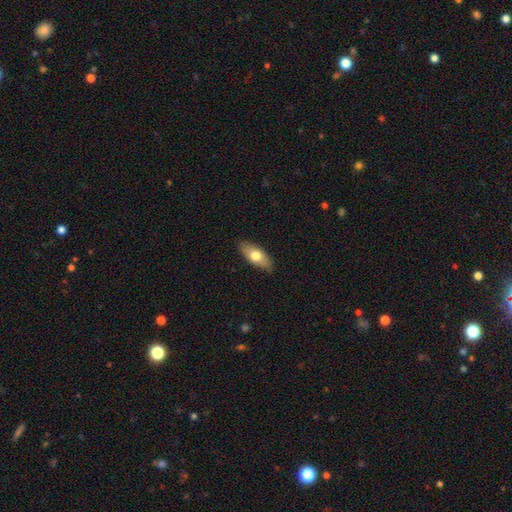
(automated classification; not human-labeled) This is likely a smooth galaxy (69%). How rounded: clearly in between (84%). Merging: clearly none (86%).